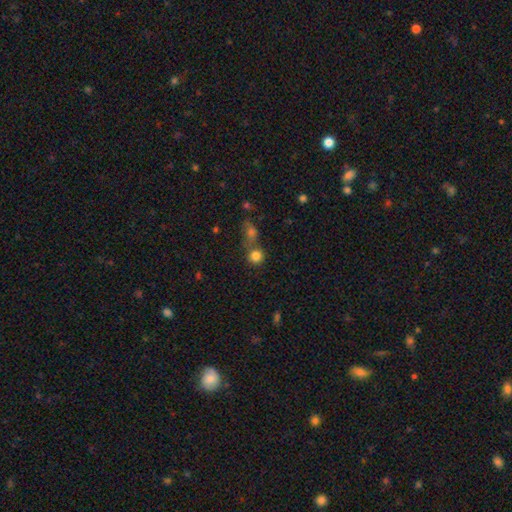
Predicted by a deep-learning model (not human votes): Smooth or featured?
  - smooth: 80% *
  - star or artifact: 13%
  - featured or disk: 7%
How rounded?
  - round: 89% *
  - in between: 10%
  - cigar-shaped: 1%
Merging?
  - none: 58% *
  - merger: 29%
  - minor disturbance: 9%
  - major disturbance: 4%